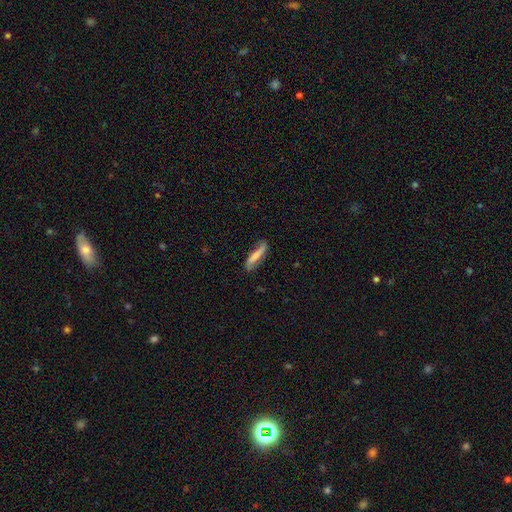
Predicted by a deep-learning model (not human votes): Morphology: type=smooth (53%); roundness=cigar-shaped (77%); merging=none (67%).